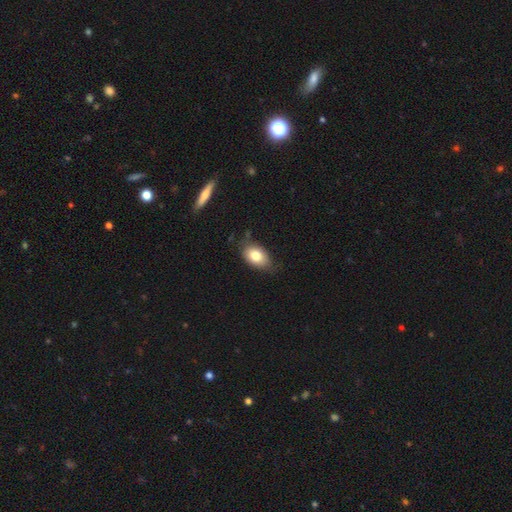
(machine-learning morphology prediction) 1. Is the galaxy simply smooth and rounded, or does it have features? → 79% smooth, 13% featured or disk, 8% star or artifact.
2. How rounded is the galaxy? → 86% in between, 12% round, 1% cigar-shaped.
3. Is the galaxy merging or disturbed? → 73% none, 21% minor disturbance, 4% major disturbance, 2% merger.